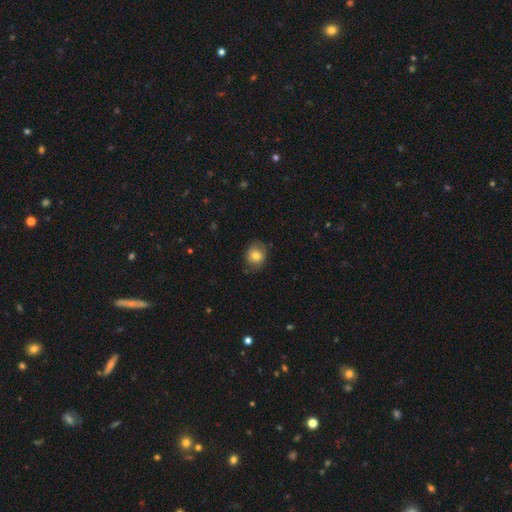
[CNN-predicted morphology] Smooth or featured? Predicted: smooth (p=0.77). How rounded? Predicted: round (p=0.69). Merging? Predicted: none (p=0.78).